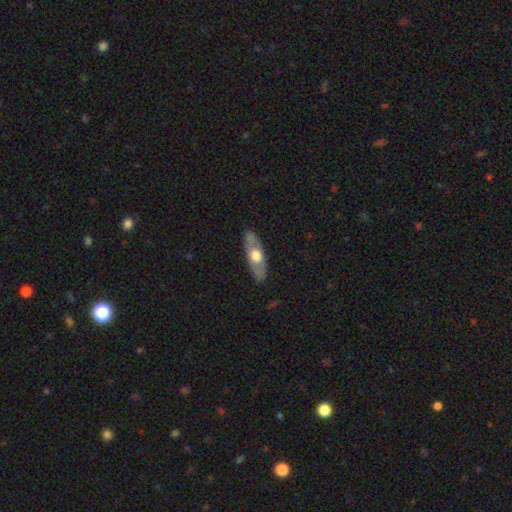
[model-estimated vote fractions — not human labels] The model was most divided on "smooth or featured": featured or disk: 51%, smooth: 44%, star or artifact: 5%. More confident: merging — none (85%); edge-on disk — no (55%).